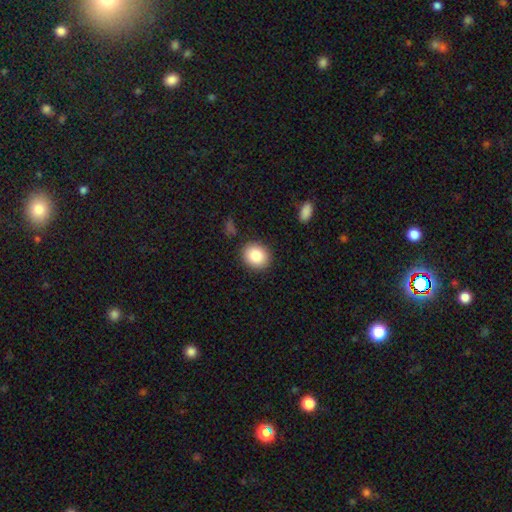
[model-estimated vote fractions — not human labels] smooth_or_featured: smooth (p=0.85) [alt: star or artifact p=0.08]
how_rounded: round (p=0.66) [alt: in between p=0.34]
merging: none (p=0.88) [alt: minor disturbance p=0.08]